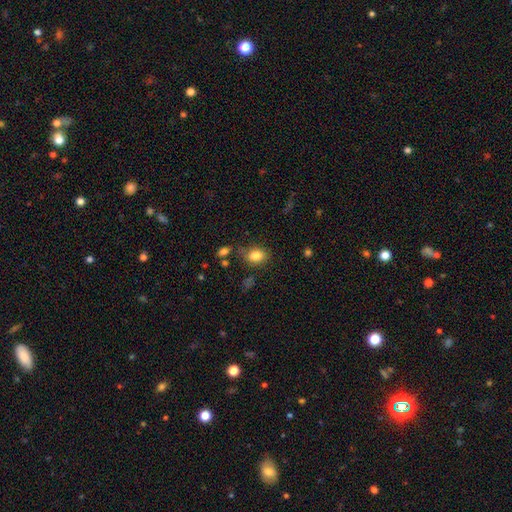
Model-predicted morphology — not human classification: This appears to be a smooth galaxy with no disk features (83%) that is in between round and cigar-shaped (72%). Merging: none (72%).